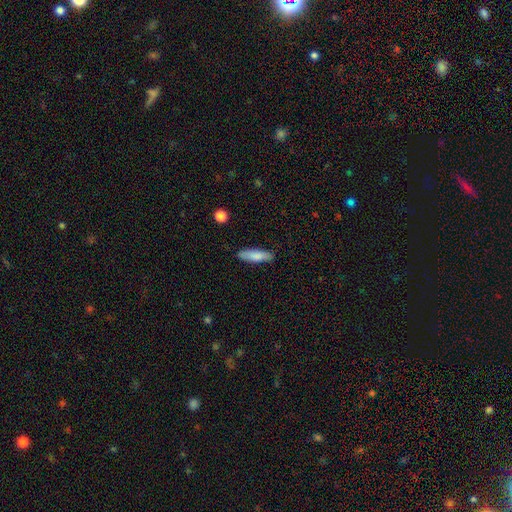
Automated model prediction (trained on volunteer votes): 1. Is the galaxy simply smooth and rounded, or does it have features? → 82% smooth, 12% featured or disk, 6% star or artifact.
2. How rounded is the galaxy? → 60% cigar-shaped, 39% in between, 2% round.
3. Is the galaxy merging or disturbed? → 86% none, 11% minor disturbance, 2% major disturbance, 1% merger.